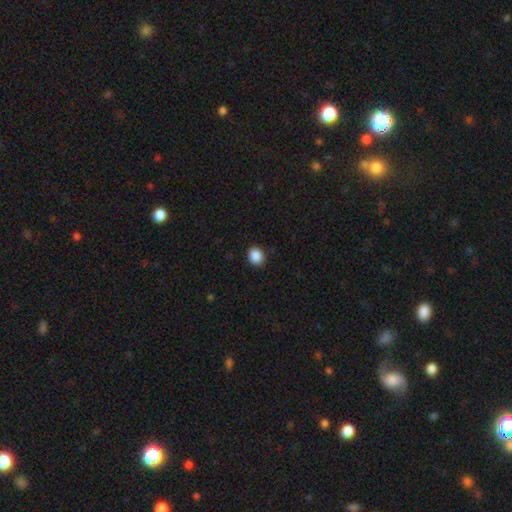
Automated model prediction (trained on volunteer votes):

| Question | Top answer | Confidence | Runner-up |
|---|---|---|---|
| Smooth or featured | smooth | 89% | star or artifact (9%) |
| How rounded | round | 64% | in between (36%) |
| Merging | none | 90% | minor disturbance (7%) |